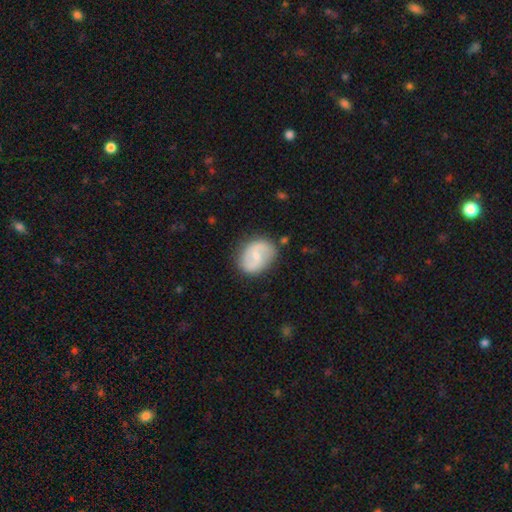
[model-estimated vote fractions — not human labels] smooth_or_featured: featured or disk (p=0.61) [alt: smooth p=0.33]
disk_edge_on: no (p=0.97) [alt: yes p=0.03]
bar: weak (p=0.55) [alt: no p=0.29]
has_spiral_arms: yes (p=0.82) [alt: no p=0.18]
bulge_size: small (p=0.52) [alt: moderate p=0.38]
merging: none (p=0.75) [alt: minor disturbance p=0.17]